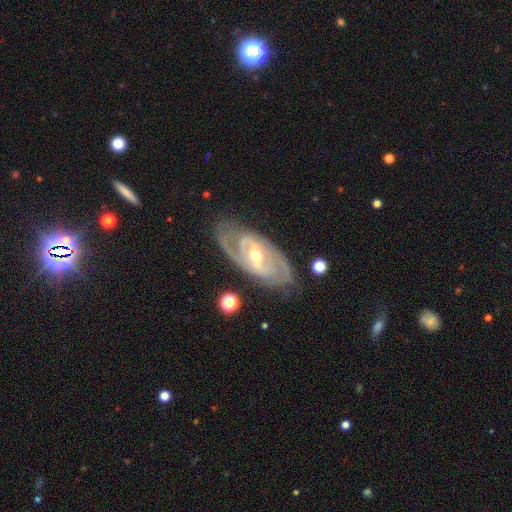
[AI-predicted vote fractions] smooth-or-featured: featured or disk: 88% | smooth: 8% | star or artifact: 5%
  disk-edge-on: no: 93% | yes: 7%
    bar: weak: 45% | strong: 29% | no: 26%
    has-spiral-arms: yes: 92% | no: 8%
      spiral-winding: tight: 52% | medium: 37% | loose: 11%
      spiral-arm-count: 2: 66% | can't tell: 18% | 3: 8% | 1: 4% | 4: 2% | more than 4: 2%
    bulge-size: moderate: 60% | small: 36% | large: 3% | none: 1% | dominant: 1%
  merging: none: 74% | minor disturbance: 17% | major disturbance: 7% | merger: 2%